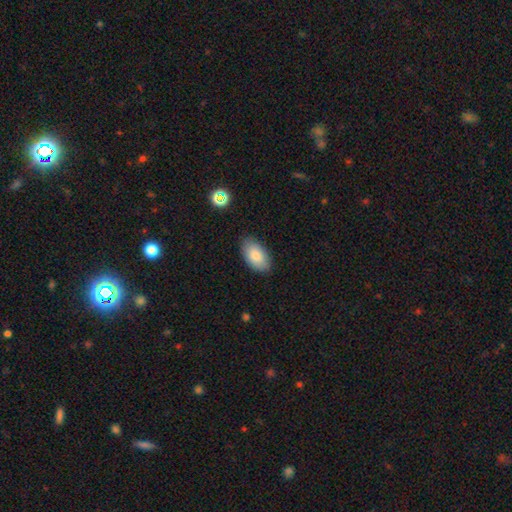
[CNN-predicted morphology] Q: Smooth or featured?
A: smooth (84%); runner-up: featured or disk (10%)
Q: How rounded?
A: in between (94%); runner-up: round (4%)
Q: Merging?
A: none (85%); runner-up: minor disturbance (12%)